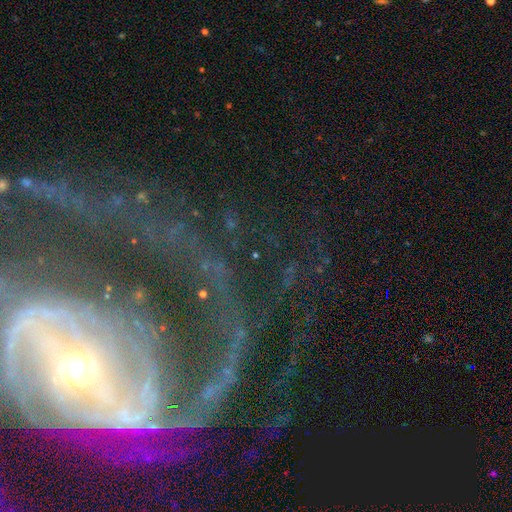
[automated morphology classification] smooth-or-featured: star or artifact: 69% | featured or disk: 18% | smooth: 13%